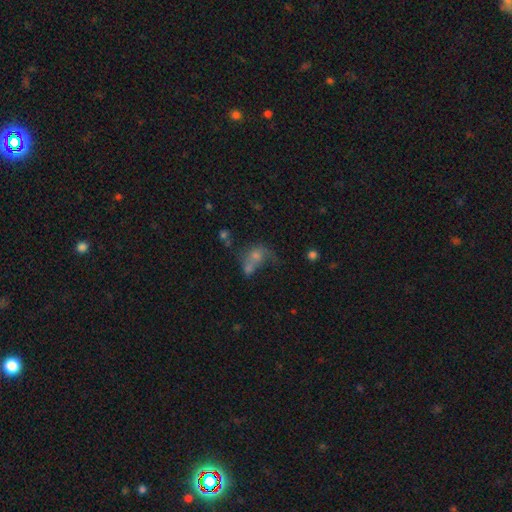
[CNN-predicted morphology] This appears to be a smooth galaxy with no disk features (51%) that is in between round and cigar-shaped (59%). Merging: merger (49%).